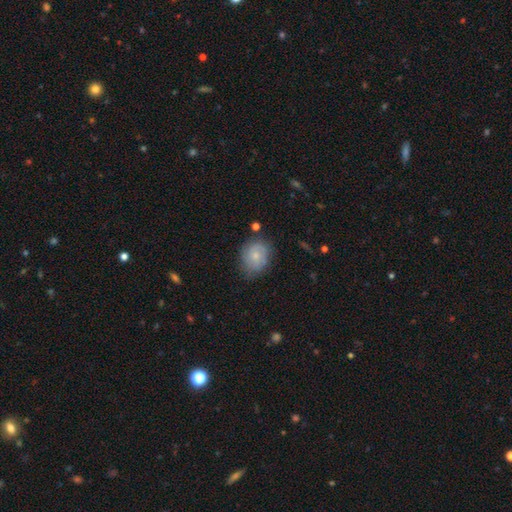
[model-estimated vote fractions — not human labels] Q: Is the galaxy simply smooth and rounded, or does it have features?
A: smooth — 66%.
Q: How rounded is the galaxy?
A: round — 57%.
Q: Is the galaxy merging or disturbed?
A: none — 70%.